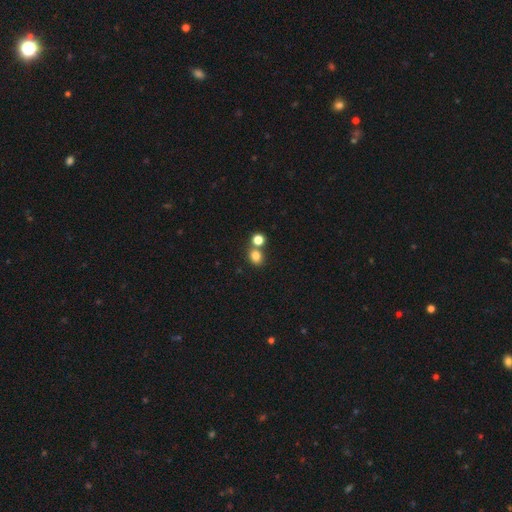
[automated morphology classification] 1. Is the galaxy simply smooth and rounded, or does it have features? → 80% smooth, 13% star or artifact, 7% featured or disk.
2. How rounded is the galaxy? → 63% round, 36% in between, 1% cigar-shaped.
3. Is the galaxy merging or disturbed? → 59% none, 30% merger, 8% minor disturbance, 3% major disturbance.